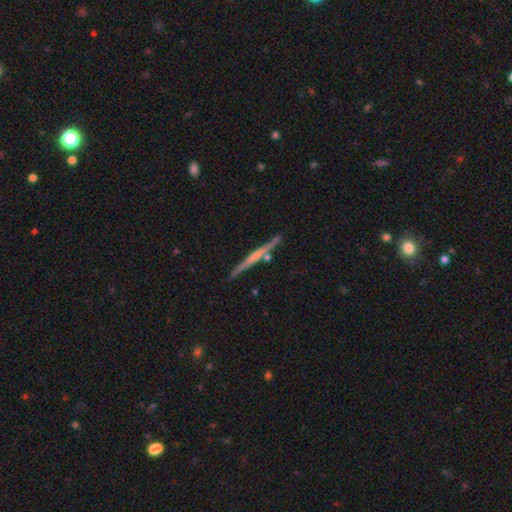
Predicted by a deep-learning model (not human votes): smooth-or-featured: featured or disk: 69% | smooth: 21% | star or artifact: 10%
  disk-edge-on: yes: 97% | no: 3%
    edge-on-bulge: rounded: 51% | none: 39% | boxy: 10%
  merging: none: 86% | minor disturbance: 8% | merger: 3% | major disturbance: 2%